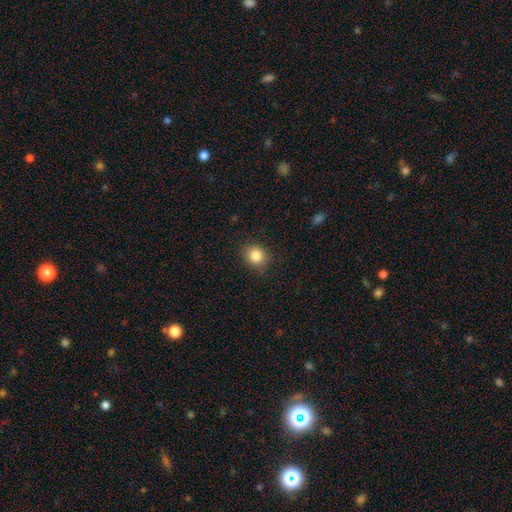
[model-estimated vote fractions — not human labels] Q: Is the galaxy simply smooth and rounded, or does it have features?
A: smooth — 84%.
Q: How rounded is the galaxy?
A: round — 76%.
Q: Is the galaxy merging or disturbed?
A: none — 87%.